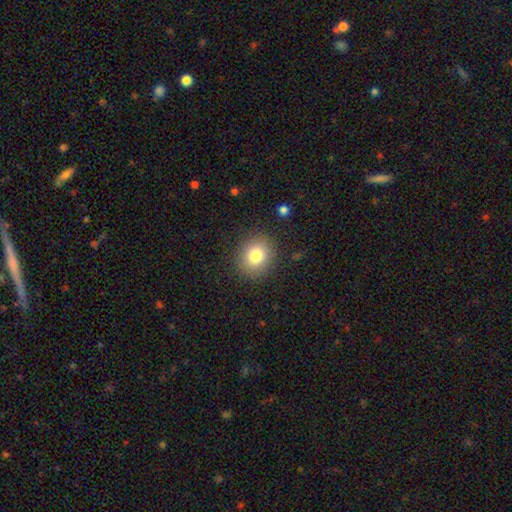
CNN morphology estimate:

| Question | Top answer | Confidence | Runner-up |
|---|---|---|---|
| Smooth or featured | smooth | 80% | star or artifact (11%) |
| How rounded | round | 74% | in between (26%) |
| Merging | none | 88% | minor disturbance (8%) |